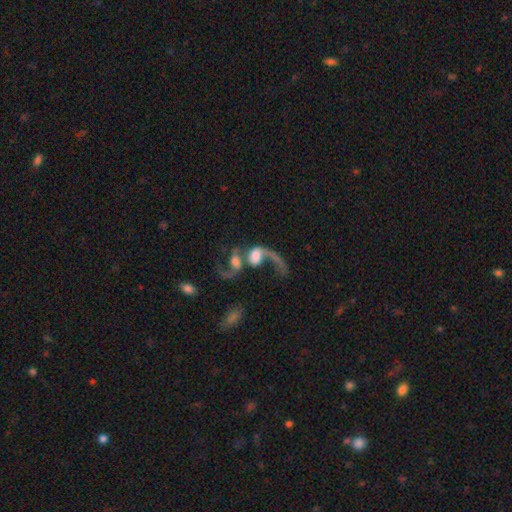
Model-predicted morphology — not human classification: Smooth or featured: featured or disk — 67% (smooth — 23%)
Edge-on disk: no — 96% (yes — 4%)
Bar: no — 62% (weak — 28%)
Spiral arms: yes — 81% (no — 19%)
Spiral winding: loose — 87% (medium — 10%)
Spiral arm count: 1 — 55% (2 — 36%)
Bulge size: large — 32% (moderate — 31%)
Merging: merger — 63% (major disturbance — 19%)